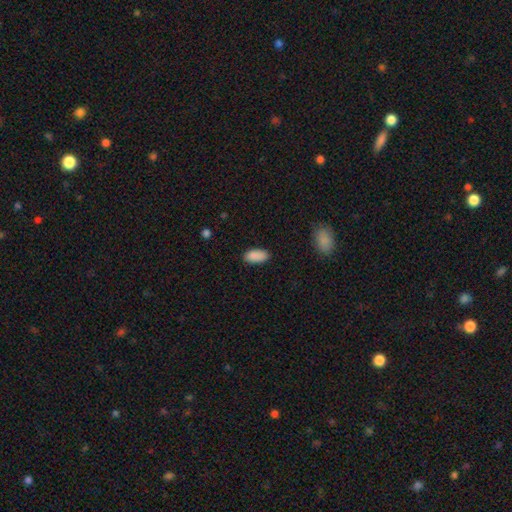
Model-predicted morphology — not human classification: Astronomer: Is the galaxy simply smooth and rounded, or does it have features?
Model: smooth — 90%.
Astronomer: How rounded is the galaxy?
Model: in between — 93%.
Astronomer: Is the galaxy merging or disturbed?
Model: none — 85%.